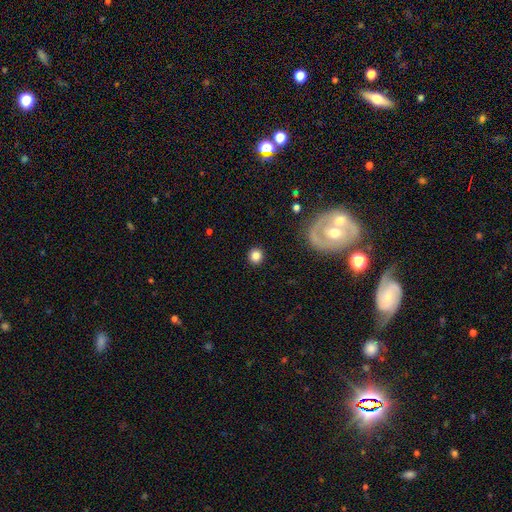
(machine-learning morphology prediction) Q: Smooth or featured?
A: smooth (83%); runner-up: star or artifact (10%)
Q: How rounded?
A: round (91%); runner-up: in between (8%)
Q: Merging?
A: none (92%); runner-up: minor disturbance (5%)